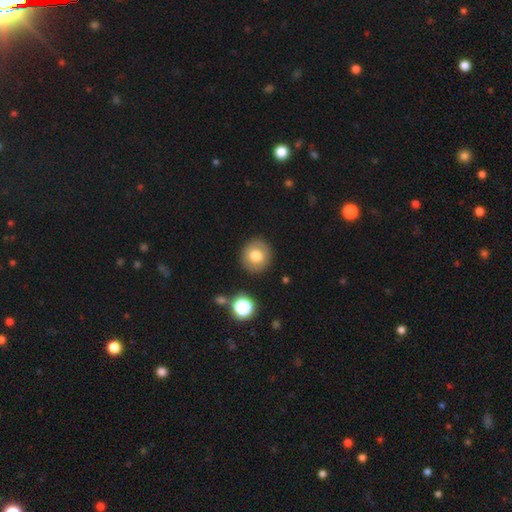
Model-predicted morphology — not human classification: Smooth or featured? Predicted: smooth (p=0.75). How rounded? Predicted: round (p=0.90). Merging? Predicted: none (p=0.88).